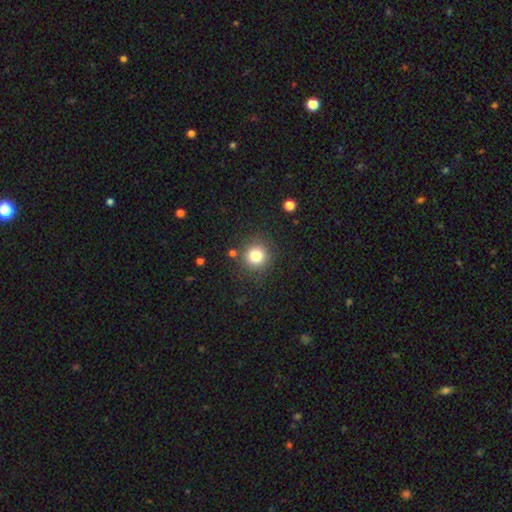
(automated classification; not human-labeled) Smooth or featured? Predicted: smooth (p=0.81). How rounded? Predicted: round (p=0.93). Merging? Predicted: none (p=0.85).